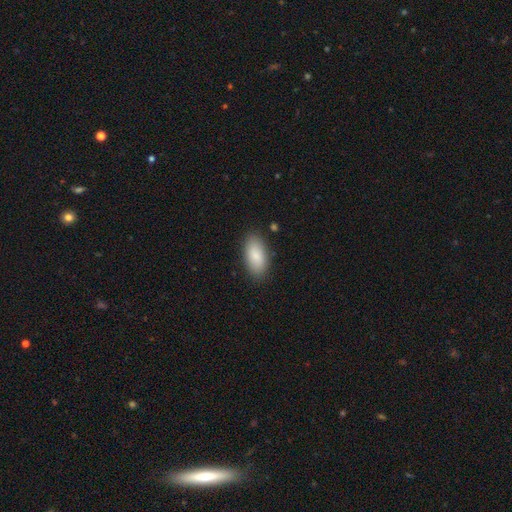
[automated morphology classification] type=smooth (86%); roundness=in between (92%); merging=none (86%).